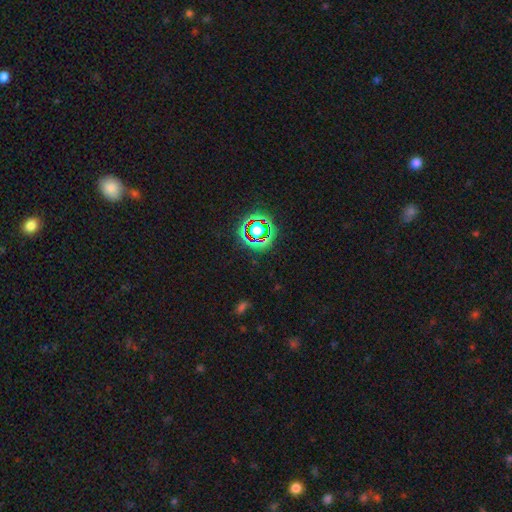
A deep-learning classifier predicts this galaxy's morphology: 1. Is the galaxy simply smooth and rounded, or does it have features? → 75% star or artifact, 16% smooth, 9% featured or disk.